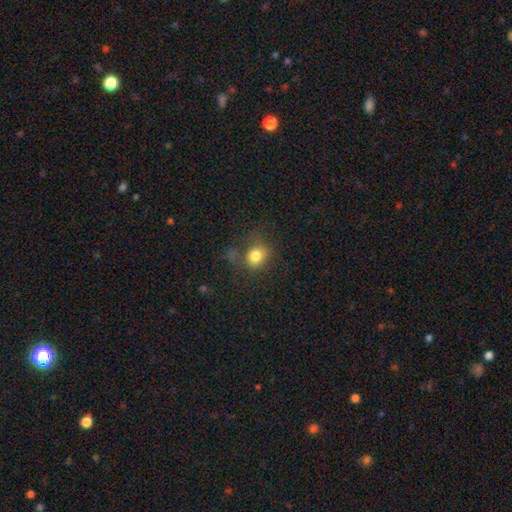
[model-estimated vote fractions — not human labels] Q: Smooth or featured?
A: smooth (79%); runner-up: star or artifact (13%)
Q: How rounded?
A: round (65%); runner-up: in between (34%)
Q: Merging?
A: none (62%); runner-up: minor disturbance (21%)